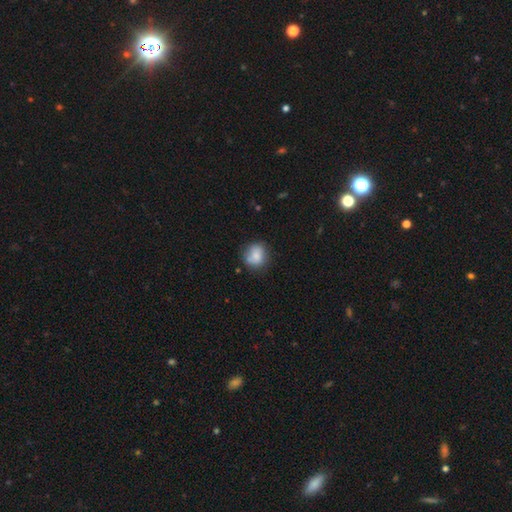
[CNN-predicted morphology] smooth_or_featured: smooth (p=0.79) [alt: featured or disk p=0.12]
how_rounded: round (p=0.77) [alt: in between p=0.21]
merging: none (p=0.67) [alt: minor disturbance p=0.22]